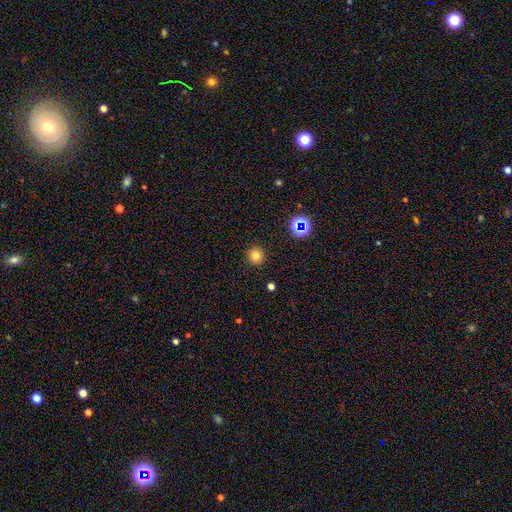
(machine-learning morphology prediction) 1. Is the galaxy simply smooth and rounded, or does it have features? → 77% smooth, 16% star or artifact, 6% featured or disk.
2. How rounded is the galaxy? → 95% round, 4% in between, 1% cigar-shaped.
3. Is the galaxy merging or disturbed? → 92% none, 5% minor disturbance, 2% major disturbance, 1% merger.